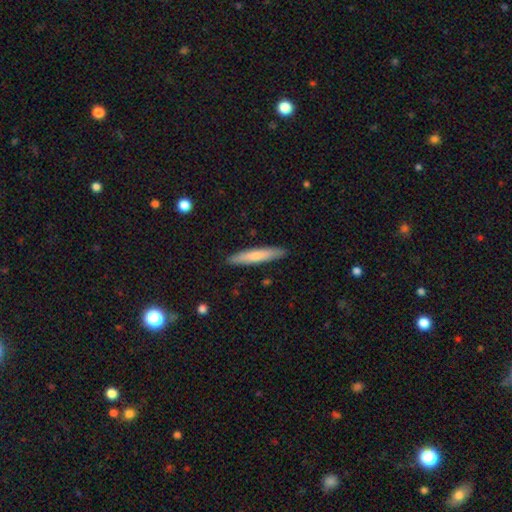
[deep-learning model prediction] Overall: smooth (71%). How rounded: cigar-shaped (92%). Merging: none (90%).